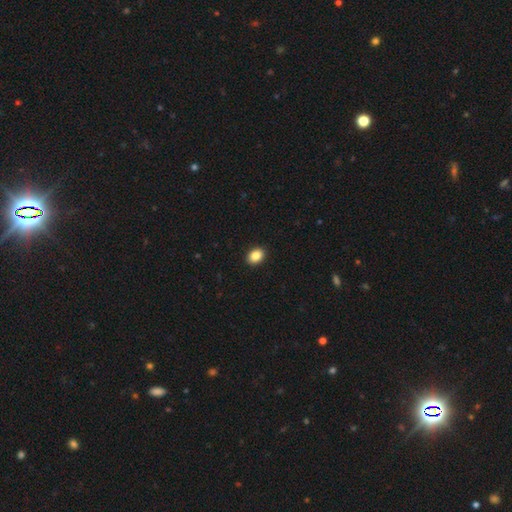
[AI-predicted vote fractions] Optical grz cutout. It shows a smooth galaxy with no disk features (87%) that is in between round and cigar-shaped (70%). Merging: none (92%).